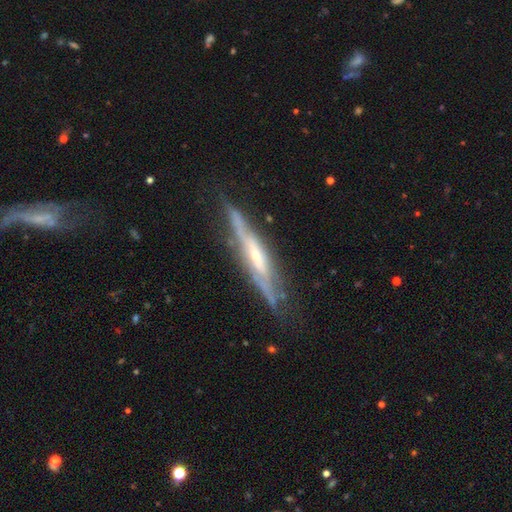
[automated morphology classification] Smooth or featured?
  - featured or disk: 80% *
  - smooth: 14%
  - star or artifact: 6%
Edge-on disk?
  - yes: 83% *
  - no: 17%
Edge-on bulge?
  - rounded: 53% *
  - none: 37%
  - boxy: 10%
Merging?
  - none: 72% *
  - minor disturbance: 20%
  - major disturbance: 6%
  - merger: 2%